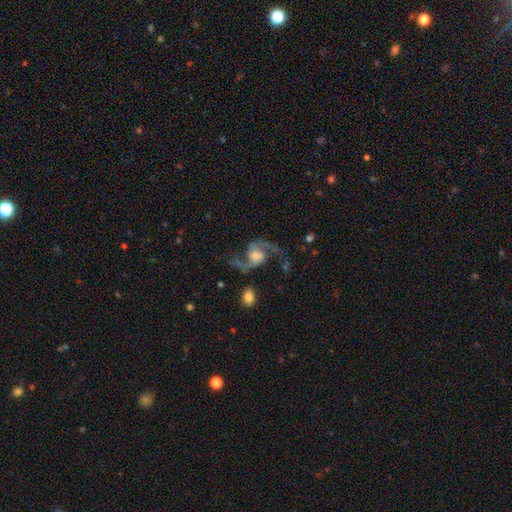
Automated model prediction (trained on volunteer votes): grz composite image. It shows a featured or disk galaxy (89%) with no bar (58%), 2 (94%) loose (67%) spiral arms (97%) and a moderate central bulge (38%). Merging: none (70%).